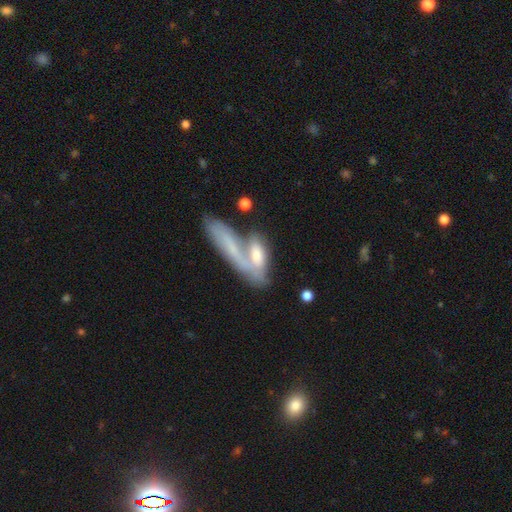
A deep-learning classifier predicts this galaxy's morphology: Smooth or featured? smooth (56%)
How rounded? in between (57%)
Merging? merger (59%)